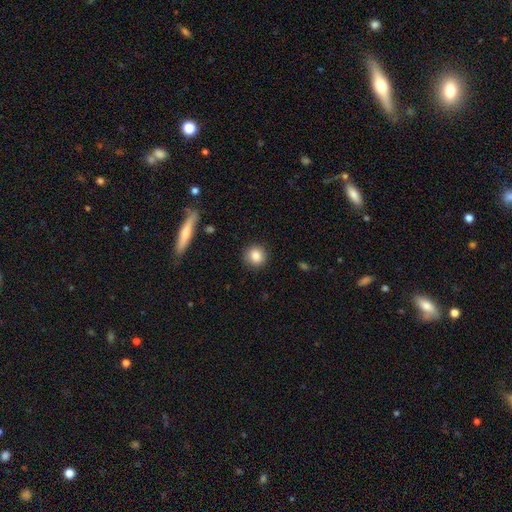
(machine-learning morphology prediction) This appears to be a smooth galaxy with no disk features (86%) that is round (89%). Merging: none (89%).